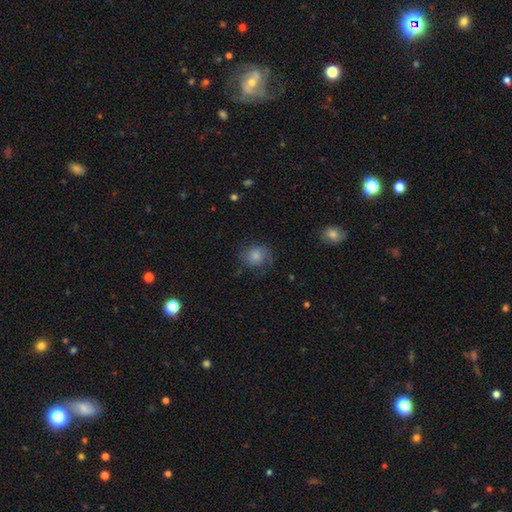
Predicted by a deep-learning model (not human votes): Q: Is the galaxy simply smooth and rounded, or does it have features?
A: smooth — 66%.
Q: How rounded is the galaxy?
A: round — 70%.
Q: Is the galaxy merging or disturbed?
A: none — 63%.